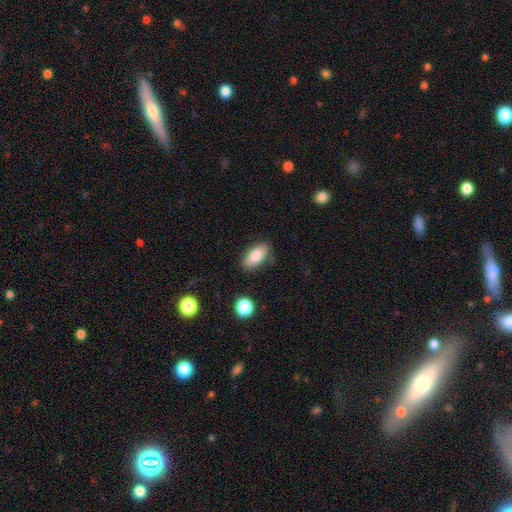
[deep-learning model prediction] Smooth or featured? smooth (85%)
How rounded? in between (90%)
Merging? none (78%)